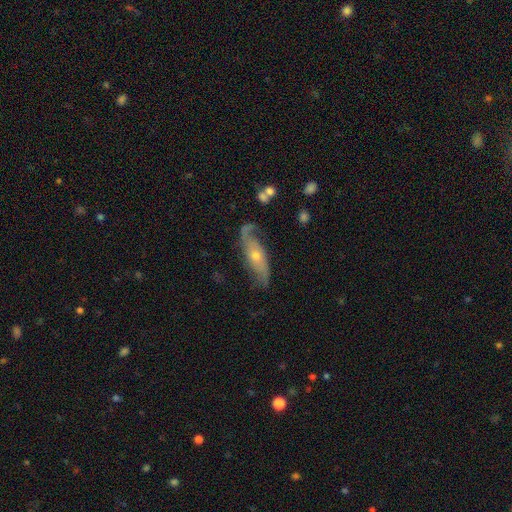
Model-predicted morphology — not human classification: This appears to be a featured or disk galaxy (76%) with no bar (71%), 2 (81%) loose (53%) spiral arms (90%) and a small central bulge (51%). Merging: none (64%).